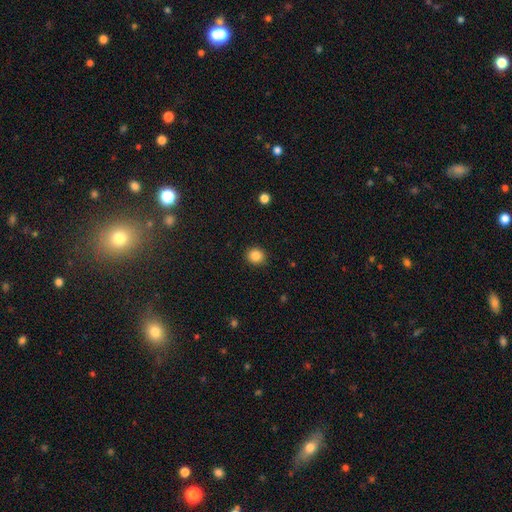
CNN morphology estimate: Smooth or featured? smooth (85%)
How rounded? round (84%)
Merging? none (91%)